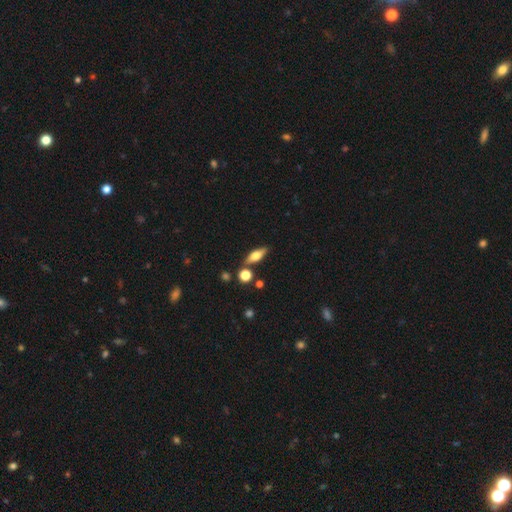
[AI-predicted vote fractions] smooth_or_featured: smooth (p=0.49) [alt: featured or disk p=0.43]
merging: none (p=0.80) [alt: minor disturbance p=0.11]